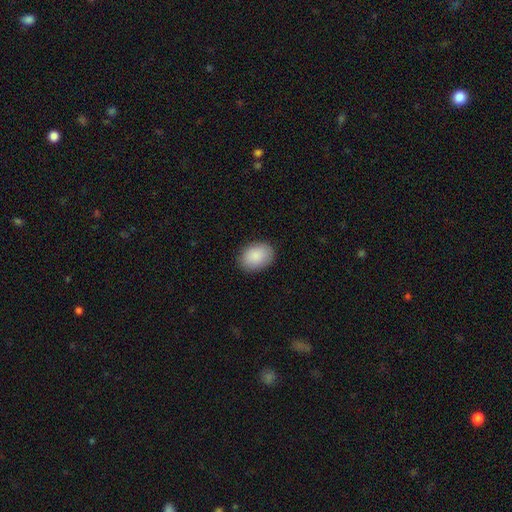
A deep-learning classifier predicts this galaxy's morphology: Smooth or featured? smooth (89%)
How rounded? in between (77%)
Merging? none (87%)